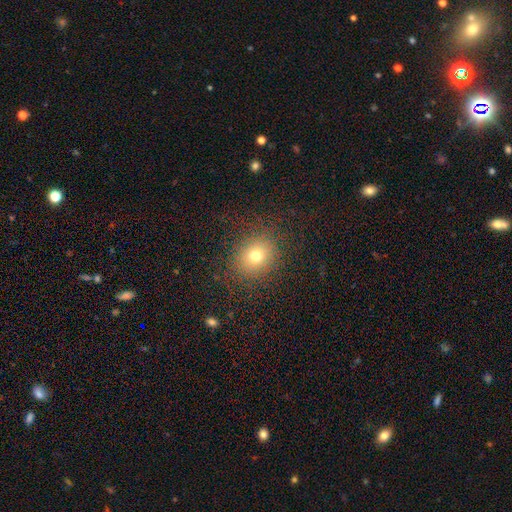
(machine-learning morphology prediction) type=smooth (73%); roundness=round (70%); merging=none (85%).